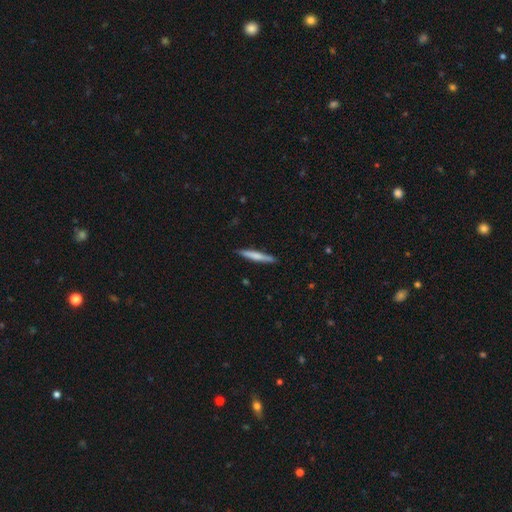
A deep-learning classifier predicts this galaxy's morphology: Smooth or featured? Predicted: smooth (p=0.64). How rounded? Predicted: cigar-shaped (p=0.95). Merging? Predicted: none (p=0.90).